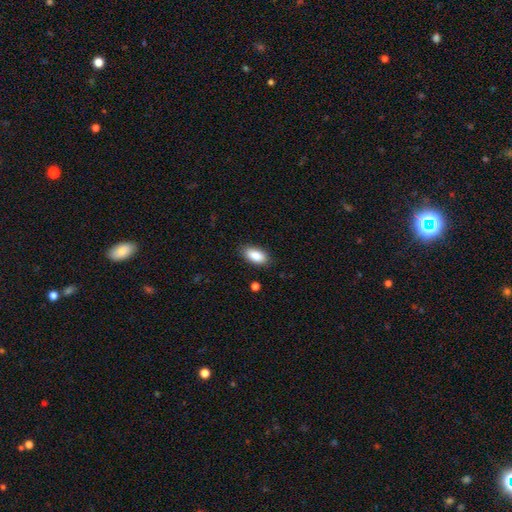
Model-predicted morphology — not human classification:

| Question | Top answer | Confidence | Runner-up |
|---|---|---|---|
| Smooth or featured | smooth | 89% | star or artifact (7%) |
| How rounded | in between | 91% | cigar-shaped (6%) |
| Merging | none | 85% | minor disturbance (11%) |